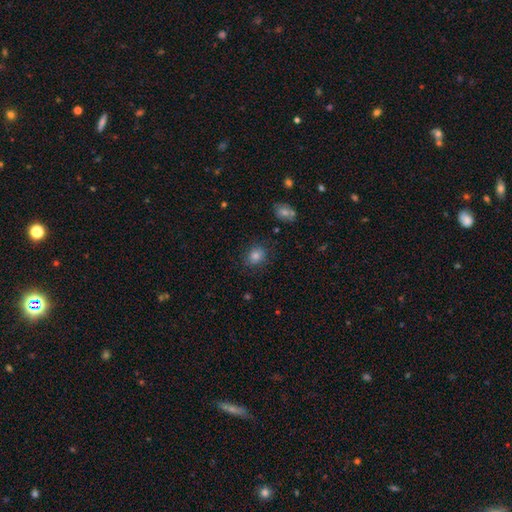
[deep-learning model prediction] Overall: smooth (77%). How rounded: round (65%; in between 34%). Merging: none (84%).